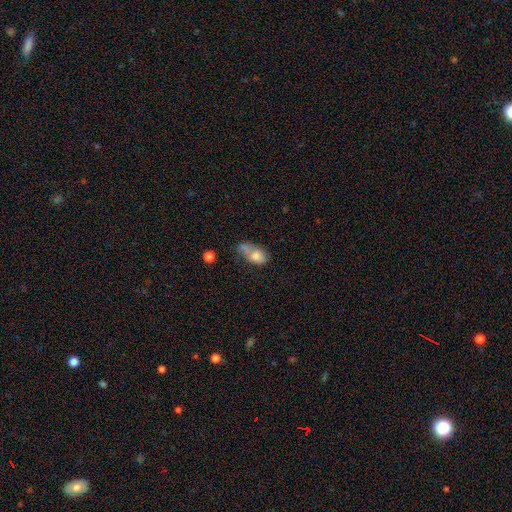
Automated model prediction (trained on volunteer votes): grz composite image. It shows a smooth galaxy with no disk features (72%) that is in between round and cigar-shaped (81%). Merging: merger (42%).